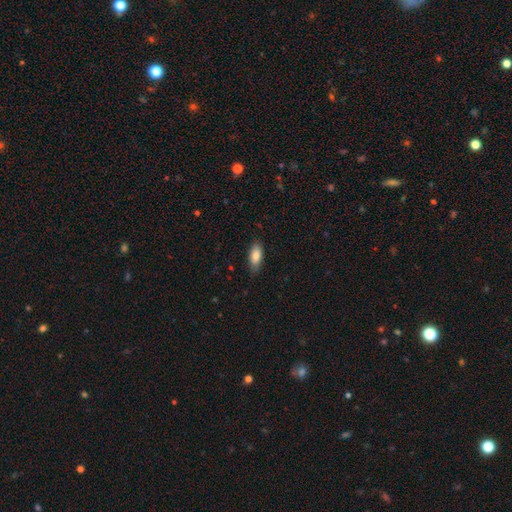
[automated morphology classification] smooth 84%, featured or disk 10%, star or artifact 6%. Down the decision tree: how rounded — in between (84%); merging — none (82%).